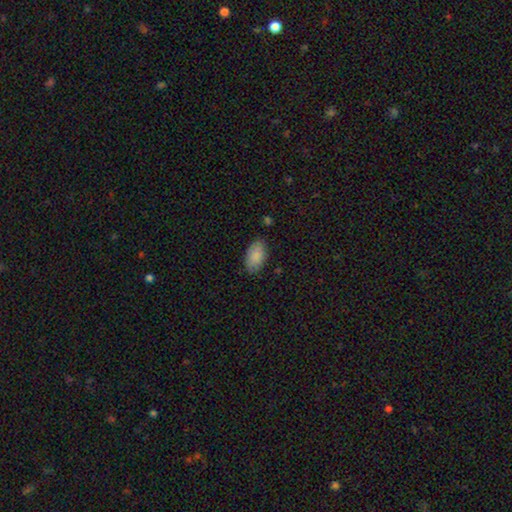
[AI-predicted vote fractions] The model was most divided on "merging": none: 82%, minor disturbance: 14%, major disturbance: 3%, merger: 1%. More confident: how rounded — in between (94%); smooth or featured — smooth (86%).